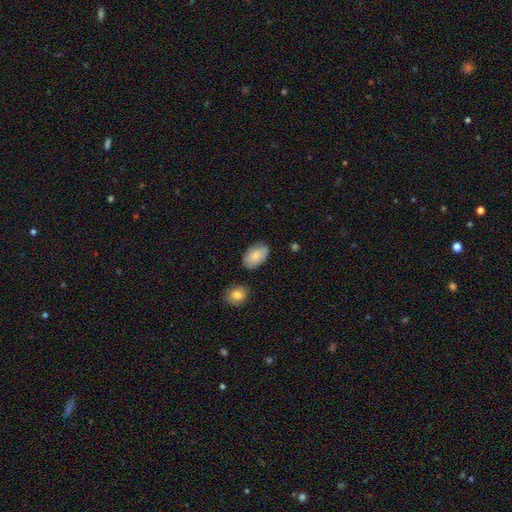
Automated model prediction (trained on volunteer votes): Morphology: type=smooth (78%); roundness=in between (92%); merging=none (75%).